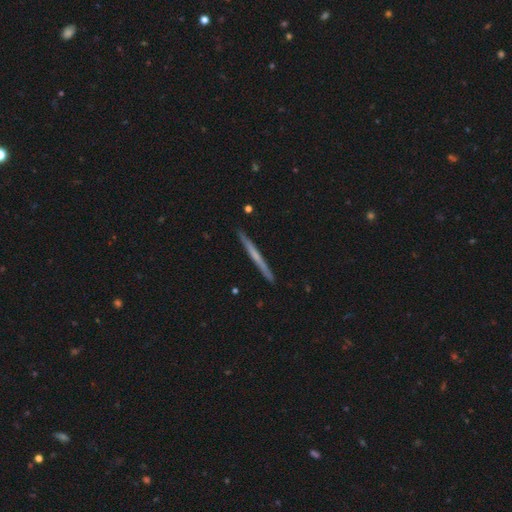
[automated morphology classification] Smooth or featured? featured or disk (54%)
Edge-on disk? yes (98%)
Edge-on bulge? none (80%)
Merging? none (92%)